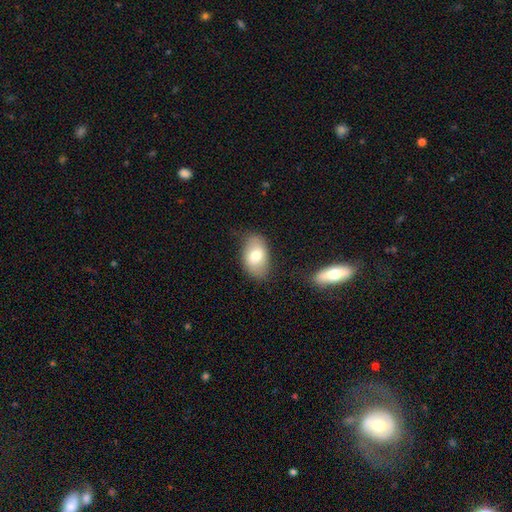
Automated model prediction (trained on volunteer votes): Smooth or featured? smooth (73%)
How rounded? in between (90%)
Merging? none (75%)